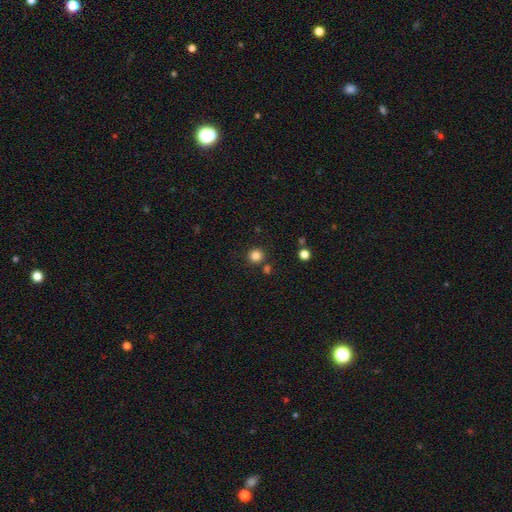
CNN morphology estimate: Q: Smooth or featured?
A: smooth (84%); runner-up: star or artifact (12%)
Q: How rounded?
A: round (93%); runner-up: in between (6%)
Q: Merging?
A: none (84%); runner-up: minor disturbance (7%)